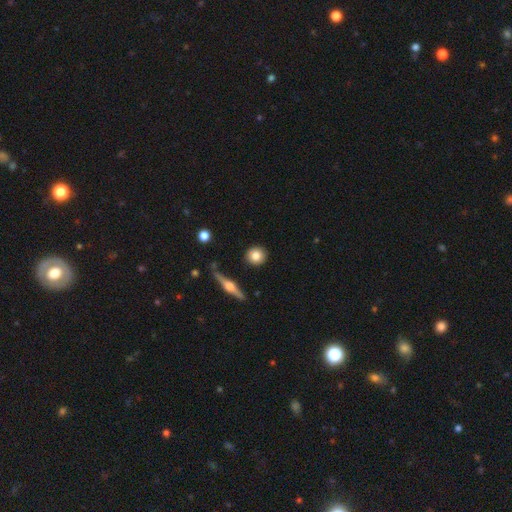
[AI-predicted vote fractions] Smooth or featured?
  - smooth: 79% *
  - featured or disk: 14%
  - star or artifact: 7%
How rounded?
  - round: 91% *
  - in between: 7%
  - cigar-shaped: 2%
Merging?
  - none: 90% *
  - minor disturbance: 6%
  - merger: 2%
  - major disturbance: 2%